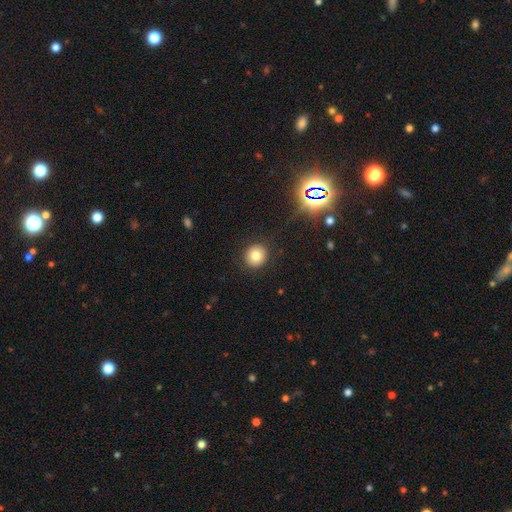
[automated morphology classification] Overall: smooth (79%). How rounded: round (91%). Merging: none (91%).